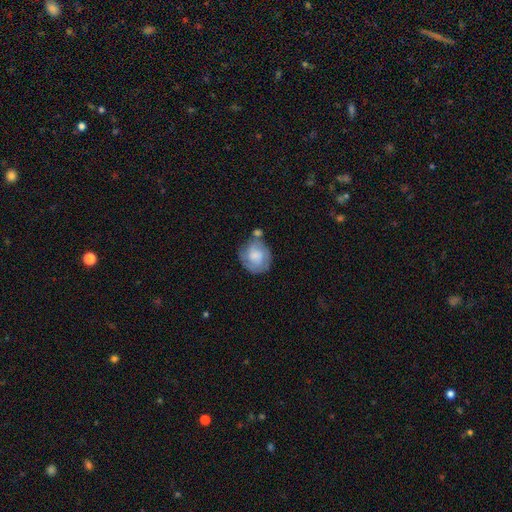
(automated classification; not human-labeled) This is possibly a featured or disk galaxy (58%). It is clearly not viewed edge-on (97%). Bar: likely no (63%). Spiral arm pattern: clearly yes (87%). Central bulge: marginally small (33%). Merging: possibly none (54%).